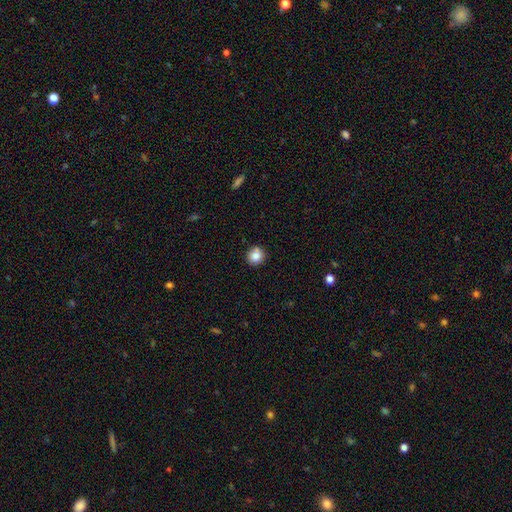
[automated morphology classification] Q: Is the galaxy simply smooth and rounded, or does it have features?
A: smooth — 84%.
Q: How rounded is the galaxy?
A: round — 90%.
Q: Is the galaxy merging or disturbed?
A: none — 82%.